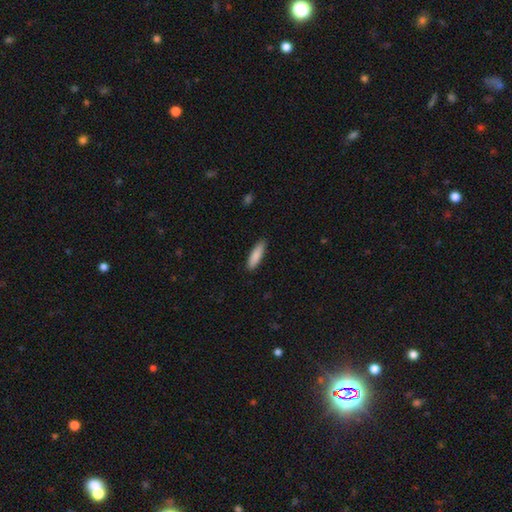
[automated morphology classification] Smooth or featured? smooth (87%)
How rounded? cigar-shaped (66%)
Merging? none (89%)